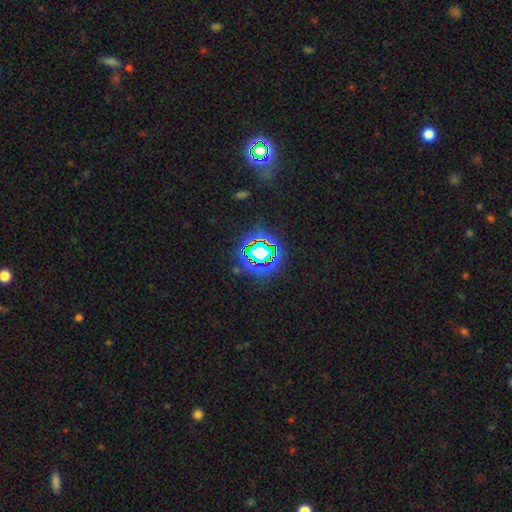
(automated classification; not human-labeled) This appears to be a star or artifact, not a galaxy (74%).